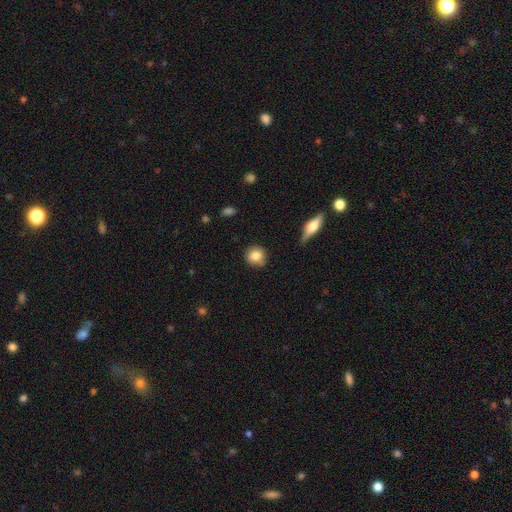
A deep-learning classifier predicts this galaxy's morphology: A smooth galaxy with no disk features (81%) that is round (86%).

Vote fractions:
- Smooth or featured? smooth: 81% / featured or disk: 10% / star or artifact: 9%
- How rounded? round: 86% / in between: 12% / cigar-shaped: 1%
- Merging? none: 81% / minor disturbance: 14% / major disturbance: 3% / merger: 2%